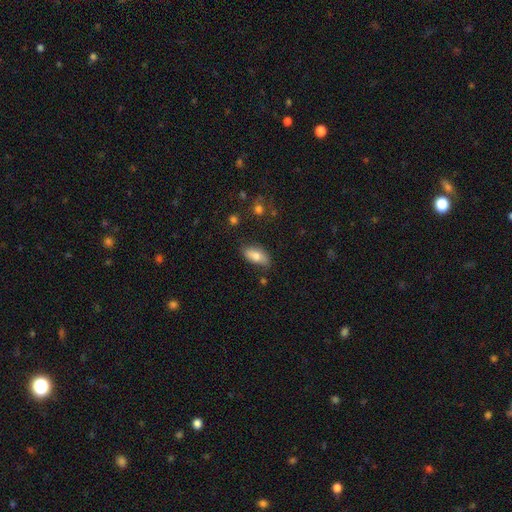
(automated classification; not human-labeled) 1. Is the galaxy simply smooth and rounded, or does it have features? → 75% smooth, 18% featured or disk, 7% star or artifact.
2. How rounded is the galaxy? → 87% in between, 10% cigar-shaped, 3% round.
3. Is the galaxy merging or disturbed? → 70% none, 22% minor disturbance, 5% major disturbance, 3% merger.